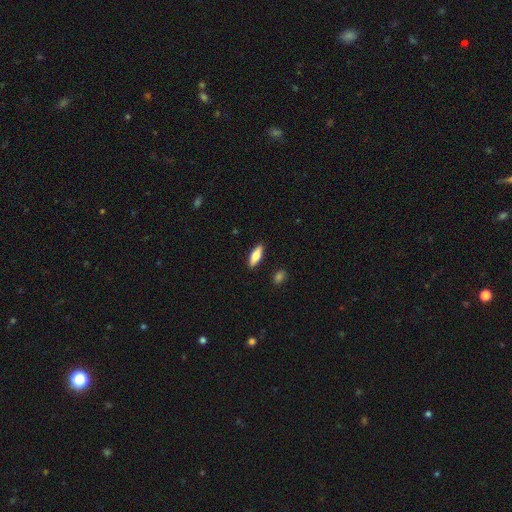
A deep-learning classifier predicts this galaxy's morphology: This is likely a smooth galaxy (67%). How rounded: likely in between (60%). Merging: clearly none (89%).